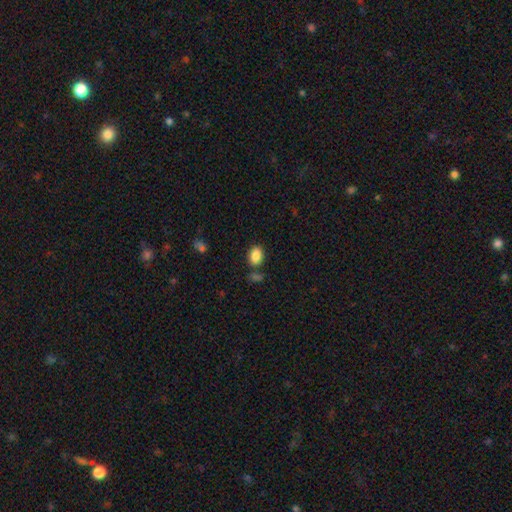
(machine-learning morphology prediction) Smooth or featured? smooth (87%)
How rounded? in between (79%)
Merging? none (73%)